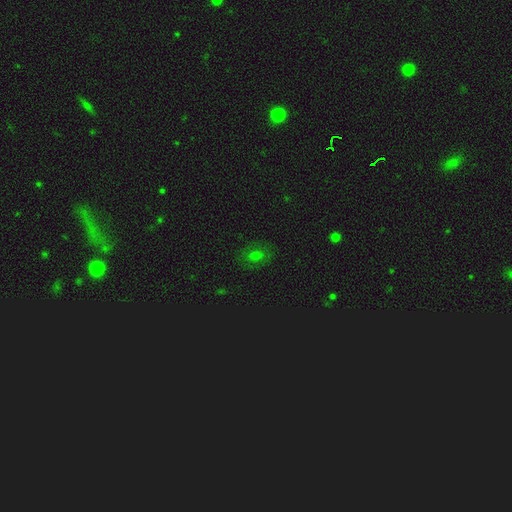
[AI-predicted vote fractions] Morphology: type=smooth (60%); roundness=in between (59%); merging=none (81%).